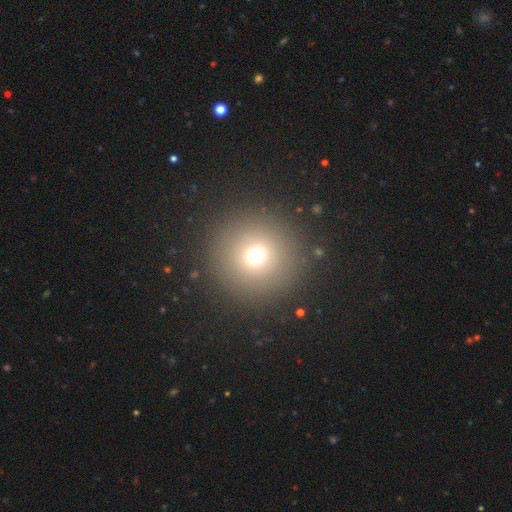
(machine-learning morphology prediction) This appears to be a smooth galaxy with no disk features (69%) that is round (95%). Merging: none (89%).